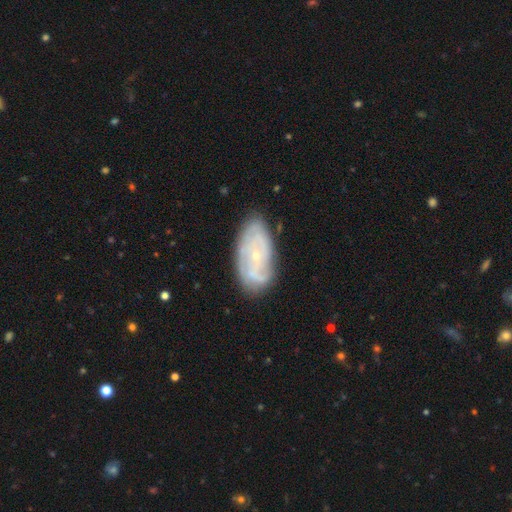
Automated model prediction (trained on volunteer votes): This appears to be a featured or disk galaxy (70%) with no bar (77%), tight (58%) spiral arms (80%) and a small central bulge (79%). Merging: none (74%).